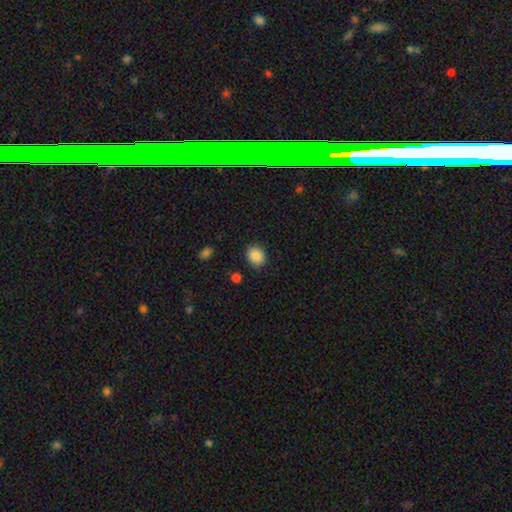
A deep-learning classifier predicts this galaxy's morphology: smooth 87%, star or artifact 8%, featured or disk 4%. Down the decision tree: how rounded — round (57%); merging — none (87%).